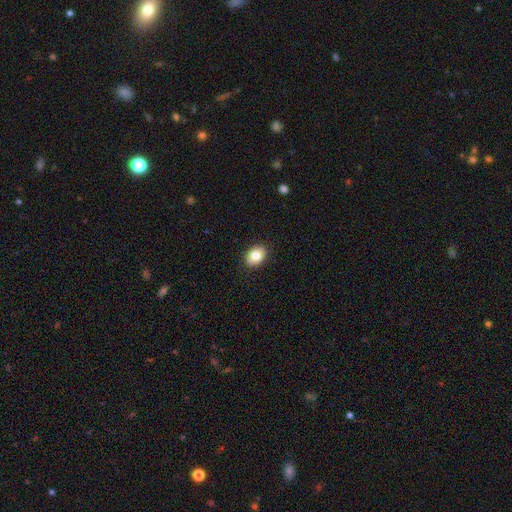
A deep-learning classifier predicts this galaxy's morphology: smooth_or_featured: smooth (p=0.83) [alt: featured or disk p=0.09]
how_rounded: in between (p=0.77) [alt: round p=0.22]
merging: none (p=0.89) [alt: minor disturbance p=0.08]